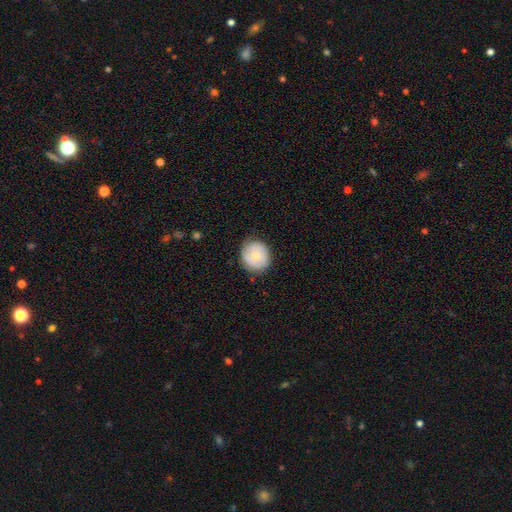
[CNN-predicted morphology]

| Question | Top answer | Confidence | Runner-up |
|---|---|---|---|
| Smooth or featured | smooth | 56% | featured or disk (37%) |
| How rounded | round | 86% | in between (13%) |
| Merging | none | 79% | minor disturbance (16%) |